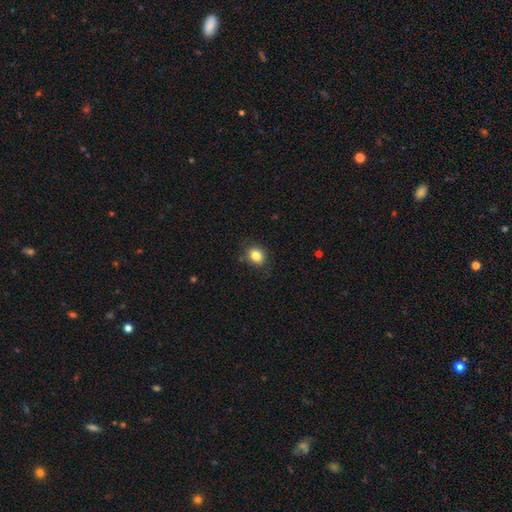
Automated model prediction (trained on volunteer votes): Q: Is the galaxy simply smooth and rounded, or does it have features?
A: smooth — 83%.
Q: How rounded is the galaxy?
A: round — 52%.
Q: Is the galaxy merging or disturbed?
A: none — 83%.